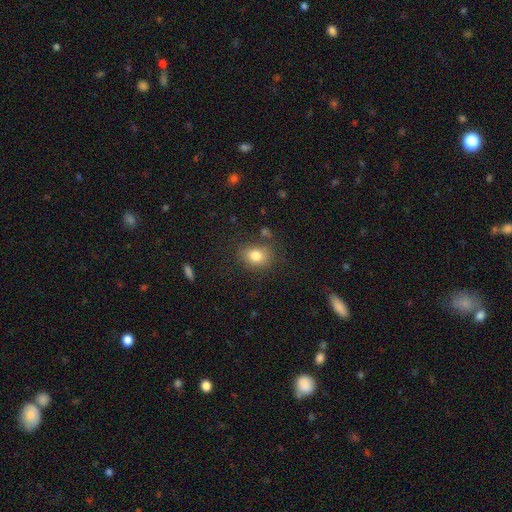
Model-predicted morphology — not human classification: type=smooth (81%); roundness=in between (53%); merging=none (78%).